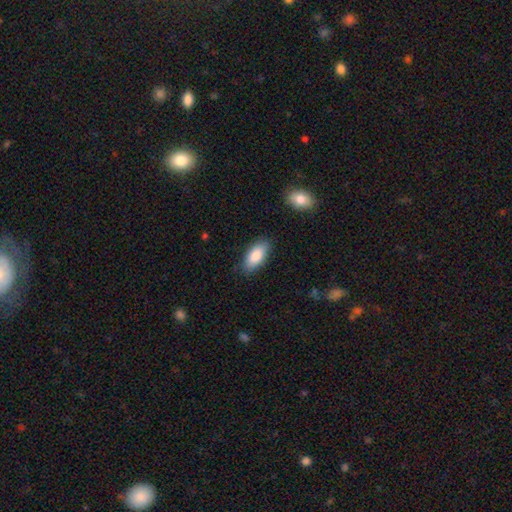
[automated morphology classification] Smooth or featured?
  - smooth: 85% *
  - featured or disk: 9%
  - star or artifact: 6%
How rounded?
  - in between: 89% *
  - cigar-shaped: 9%
  - round: 2%
Merging?
  - none: 84% *
  - minor disturbance: 12%
  - major disturbance: 2%
  - merger: 1%